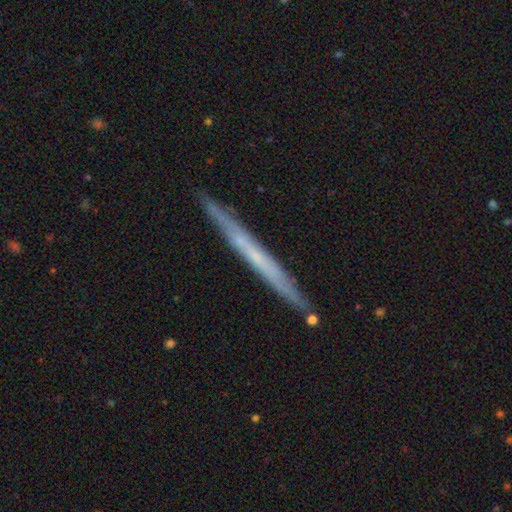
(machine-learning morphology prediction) Q: Smooth or featured?
A: featured or disk (59%); runner-up: smooth (35%)
Q: Edge-on disk?
A: yes (95%); runner-up: no (5%)
Q: Edge-on bulge?
A: none (85%); runner-up: rounded (12%)
Q: Merging?
A: none (89%); runner-up: minor disturbance (8%)